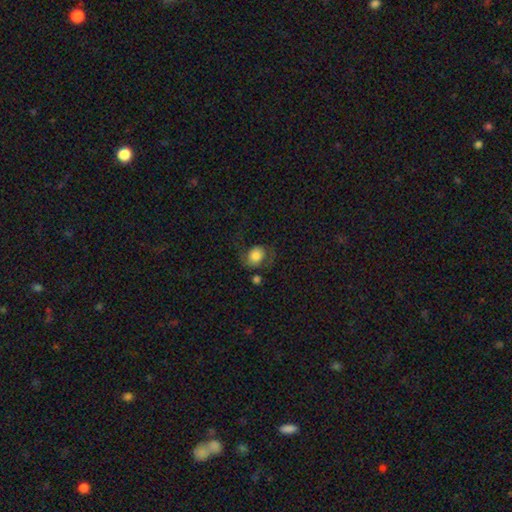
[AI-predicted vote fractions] A smooth galaxy with no disk features (66%) that is round (59%).

Vote fractions:
- Smooth or featured? smooth: 66% / featured or disk: 25% / star or artifact: 9%
- How rounded? round: 59% / in between: 40% / cigar-shaped: 1%
- Merging? none: 50% / major disturbance: 23% / minor disturbance: 22% / merger: 5%